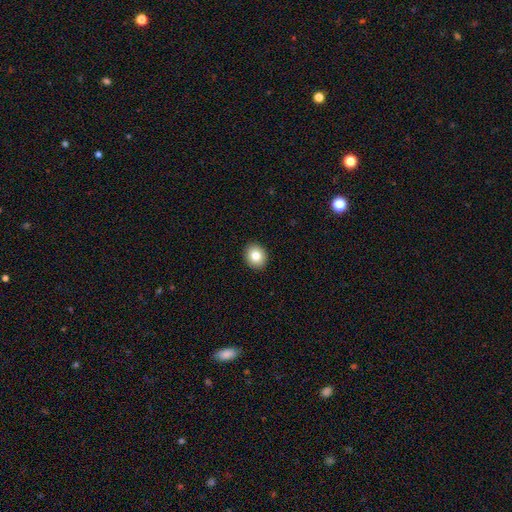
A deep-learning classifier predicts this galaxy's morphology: This is clearly a smooth galaxy (81%). How rounded: likely round (68%). Merging: clearly none (92%).